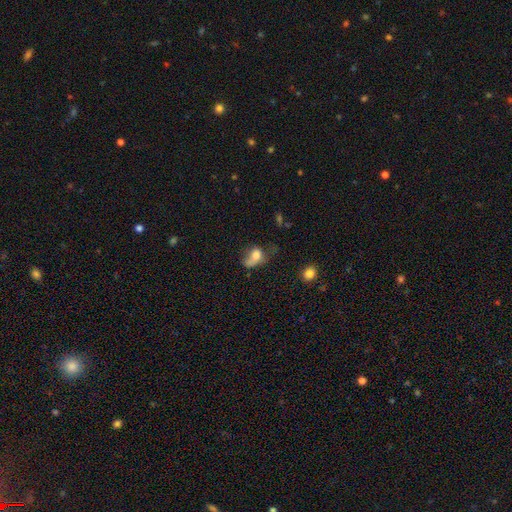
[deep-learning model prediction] Overall: smooth (68%). How rounded: in between (71%). Merging: major disturbance (39%; minor disturbance 25%).